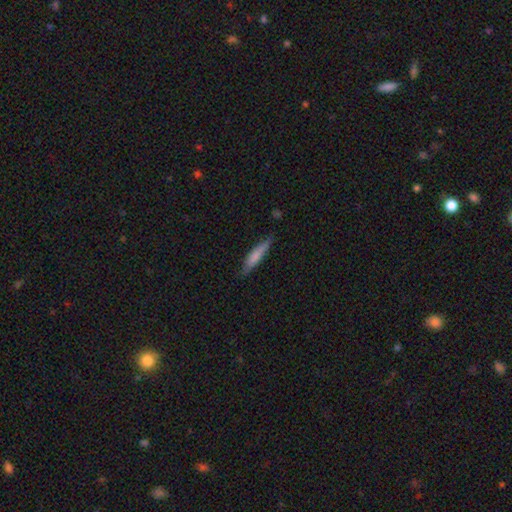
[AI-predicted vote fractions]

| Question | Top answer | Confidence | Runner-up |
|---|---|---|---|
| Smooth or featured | smooth | 74% | featured or disk (21%) |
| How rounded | cigar-shaped | 85% | in between (13%) |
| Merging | none | 75% | minor disturbance (20%) |